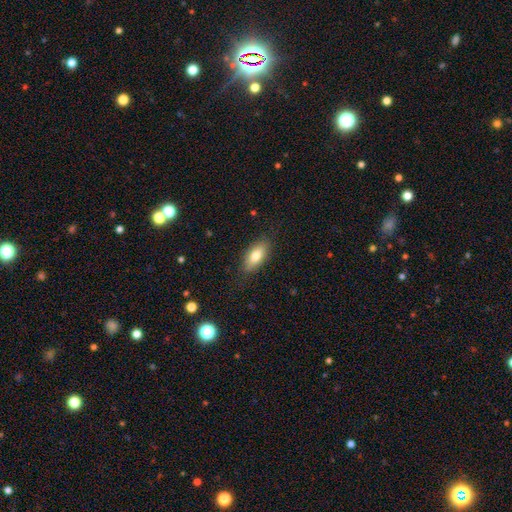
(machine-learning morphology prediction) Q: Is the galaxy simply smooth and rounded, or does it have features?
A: smooth — 77%.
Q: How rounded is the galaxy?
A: in between — 82%.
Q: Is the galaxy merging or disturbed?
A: none — 83%.